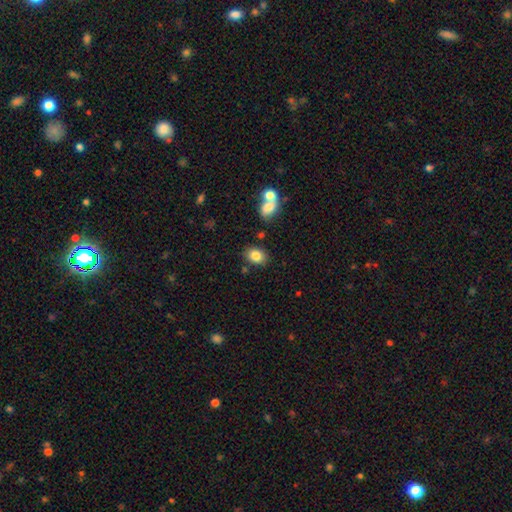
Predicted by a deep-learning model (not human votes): This is clearly a smooth galaxy (83%). How rounded: likely in between (71%). Merging: clearly none (80%).